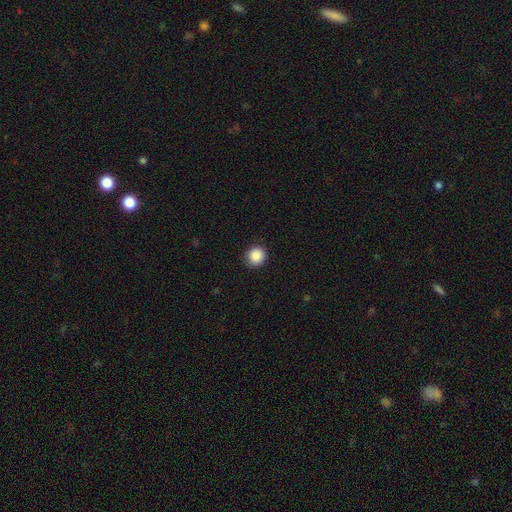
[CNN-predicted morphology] This is clearly a smooth galaxy (88%). How rounded: clearly round (90%). Merging: clearly none (91%).